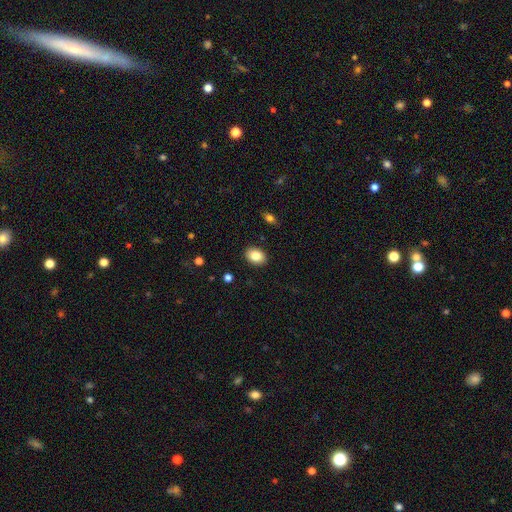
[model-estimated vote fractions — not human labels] A smooth galaxy with no disk features (84%) that is in between round and cigar-shaped (76%).

Vote fractions:
- Smooth or featured? smooth: 84% / star or artifact: 8% / featured or disk: 8%
- How rounded? in between: 76% / round: 23% / cigar-shaped: 1%
- Merging? none: 90% / minor disturbance: 8% / major disturbance: 2% / merger: 1%